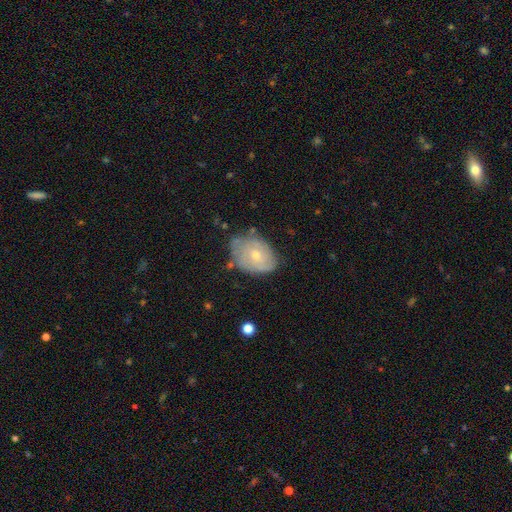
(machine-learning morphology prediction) This is possibly a featured or disk galaxy (50%). Merging: possibly none (57%).